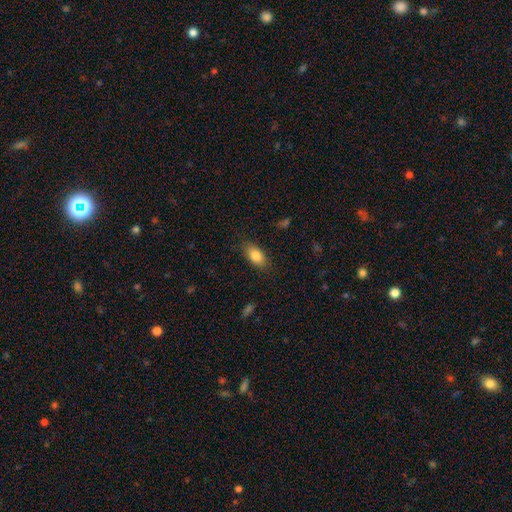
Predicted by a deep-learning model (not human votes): The model was most divided on "merging": none: 83%, minor disturbance: 13%, major disturbance: 4%, merger: 1%. More confident: how rounded — in between (89%); smooth or featured — smooth (85%).